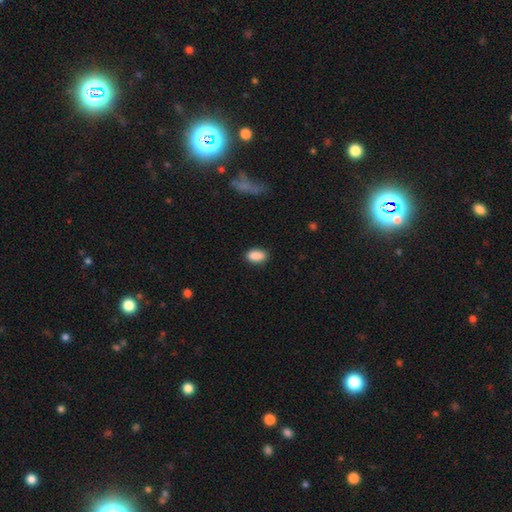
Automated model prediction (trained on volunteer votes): smooth-or-featured: smooth: 89% | star or artifact: 7% | featured or disk: 3%
  how-rounded: in between: 90% | round: 7% | cigar-shaped: 3%
  merging: none: 84% | minor disturbance: 12% | major disturbance: 3% | merger: 1%